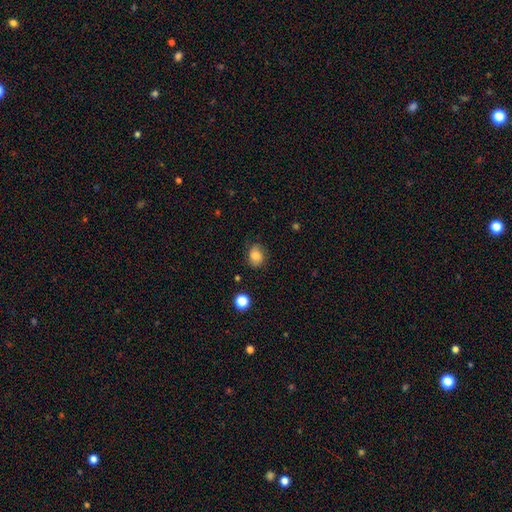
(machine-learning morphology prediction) smooth_or_featured: smooth (p=0.73) [alt: featured or disk p=0.16]
how_rounded: round (p=0.55) [alt: in between p=0.44]
merging: none (p=0.71) [alt: minor disturbance p=0.21]